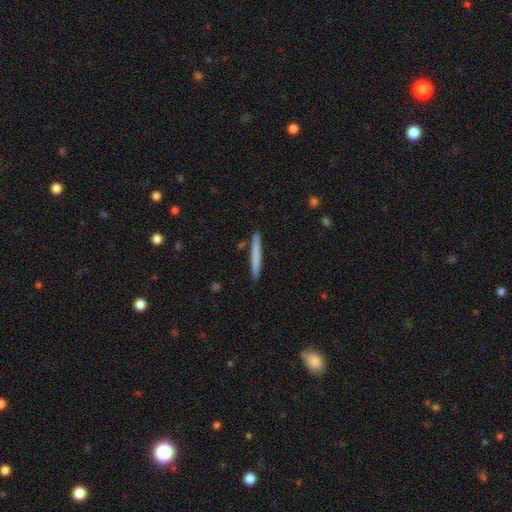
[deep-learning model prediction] smooth-or-featured: smooth: 69% | featured or disk: 26% | star or artifact: 5%
  how-rounded: cigar-shaped: 97% | in between: 2% | round: 1%
  merging: none: 90% | minor disturbance: 7% | merger: 2% | major disturbance: 1%